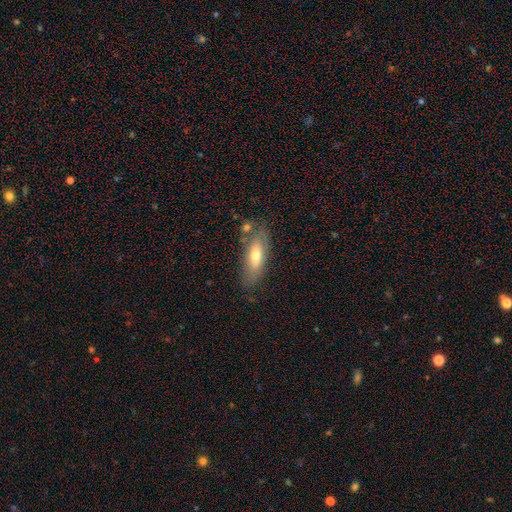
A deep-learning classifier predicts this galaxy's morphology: The model was most divided on "smooth or featured": smooth: 59%, featured or disk: 34%, star or artifact: 7%. More confident: merging — none (72%); how rounded — in between (65%).